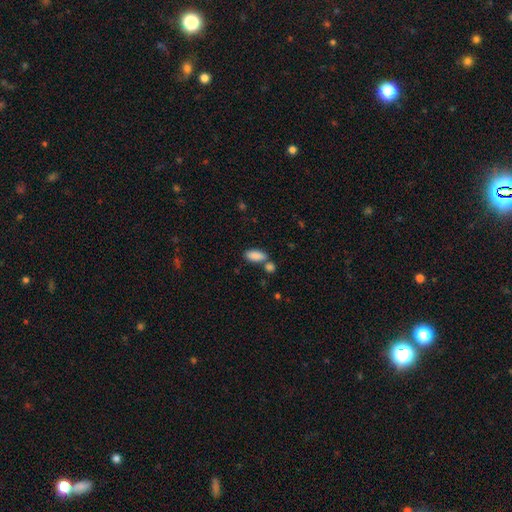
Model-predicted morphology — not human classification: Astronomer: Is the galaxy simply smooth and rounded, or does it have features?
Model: smooth — 88%.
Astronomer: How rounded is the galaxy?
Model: in between — 85%.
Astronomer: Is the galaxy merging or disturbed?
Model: none — 58%.